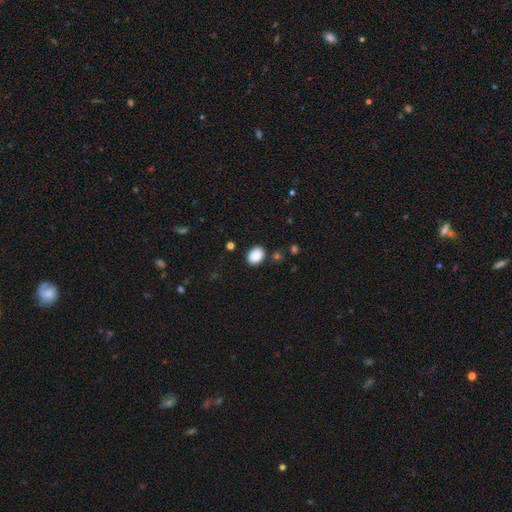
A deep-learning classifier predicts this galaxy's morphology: Smooth or featured? Predicted: smooth (p=0.88). How rounded? Predicted: in between (p=0.66). Merging? Predicted: none (p=0.83).